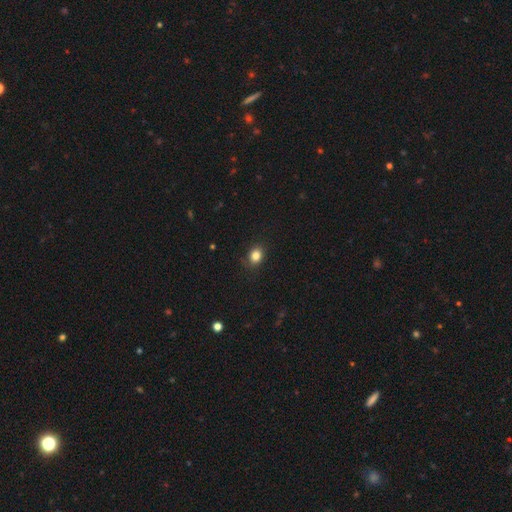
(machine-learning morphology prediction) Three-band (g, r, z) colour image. It shows a smooth galaxy with no disk features (84%) that is round (56%). Merging: none (84%).